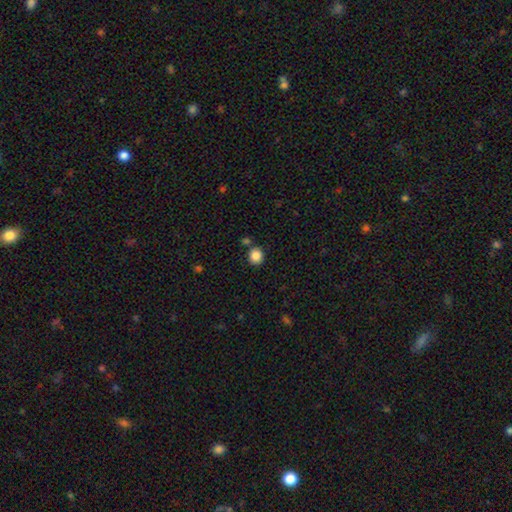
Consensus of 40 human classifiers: Smooth or featured? 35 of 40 (88%) said smooth. How rounded? 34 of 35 (97%) said round. Merging? 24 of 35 (69%) said none.